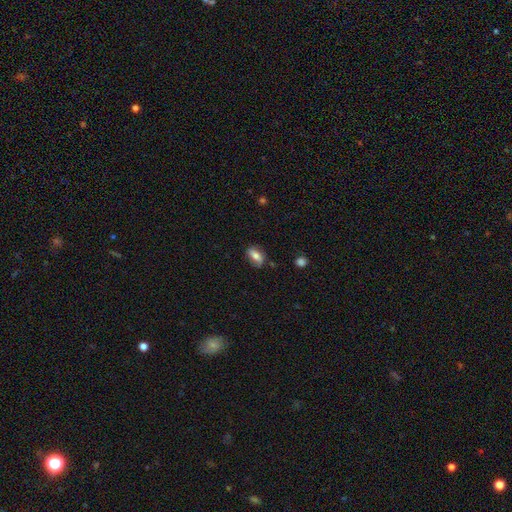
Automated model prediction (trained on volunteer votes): Smooth or featured: smooth — 66% (featured or disk — 26%)
How rounded: in between — 82% (round — 9%)
Merging: none — 75% (minor disturbance — 18%)